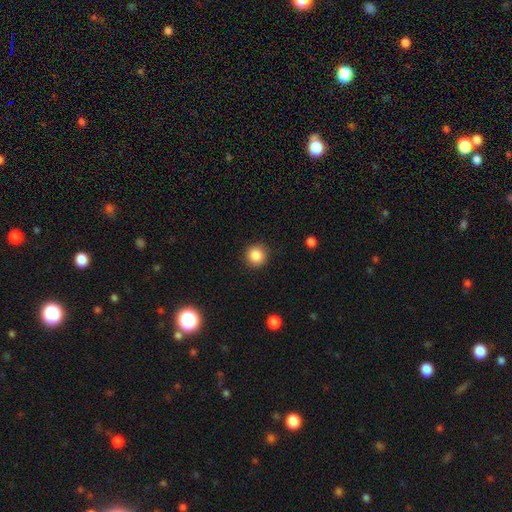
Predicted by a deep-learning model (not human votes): smooth 86%, star or artifact 10%, featured or disk 4%. Down the decision tree: how rounded — round (94%); merging — none (90%).